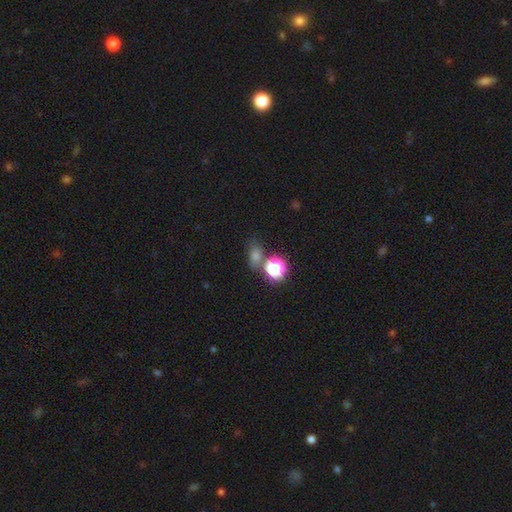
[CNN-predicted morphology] A smooth galaxy with no disk features (57%) that is round (52%). Merging: none (65%).